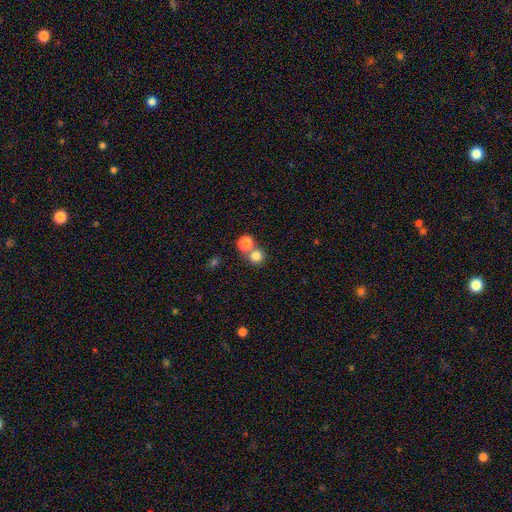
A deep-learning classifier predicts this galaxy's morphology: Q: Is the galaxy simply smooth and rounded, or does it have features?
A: smooth — 80%.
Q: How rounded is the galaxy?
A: round — 91%.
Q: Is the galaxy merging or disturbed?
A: none — 59%.